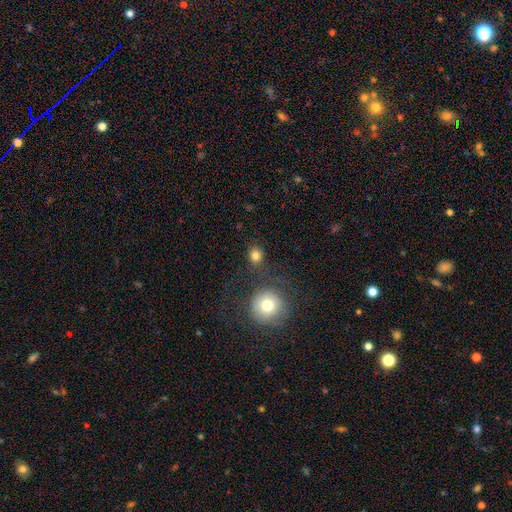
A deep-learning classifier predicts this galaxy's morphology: A smooth galaxy with no disk features (81%) that is round (84%).

Vote fractions:
- Smooth or featured? smooth: 81% / star or artifact: 12% / featured or disk: 7%
- How rounded? round: 84% / in between: 15% / cigar-shaped: 1%
- Merging? none: 74% / minor disturbance: 10% / merger: 10% / major disturbance: 6%